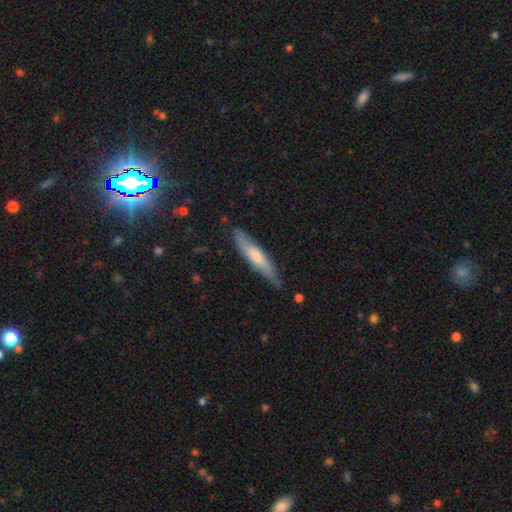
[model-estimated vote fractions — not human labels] This appears to be a smooth galaxy with no disk features (51%) that is cigar-shaped (85%). Merging: none (77%).